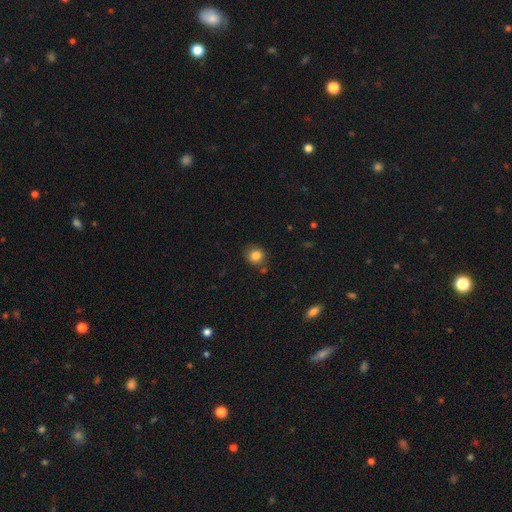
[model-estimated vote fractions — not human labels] The model was most divided on "merging": none: 79%, minor disturbance: 12%, merger: 5%, major disturbance: 3%. More confident: how rounded — round (85%); smooth or featured — smooth (84%).